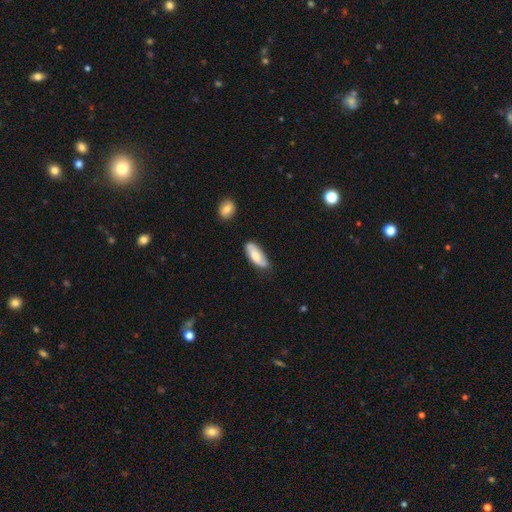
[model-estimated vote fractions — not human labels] This is likely a smooth galaxy (63%). How rounded: likely in between (78%). Merging: likely none (75%).